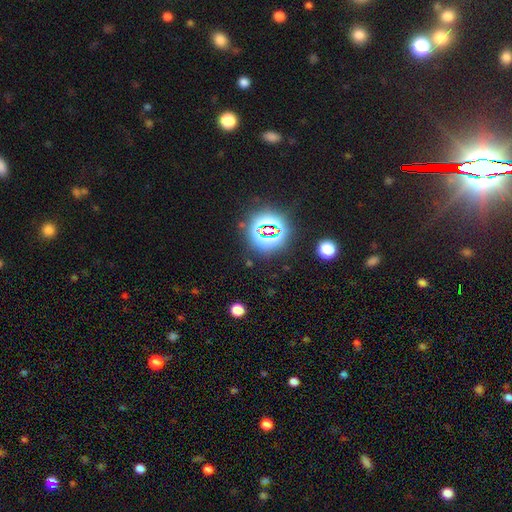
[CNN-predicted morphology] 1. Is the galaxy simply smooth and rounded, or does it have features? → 82% star or artifact, 10% smooth, 8% featured or disk.